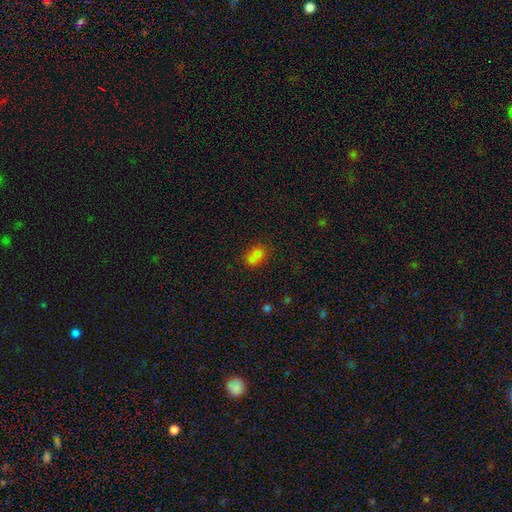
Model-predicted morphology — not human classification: Smooth or featured: smooth — 77% (star or artifact — 13%)
How rounded: in between — 66% (round — 33%)
Merging: none — 48% (merger — 32%)